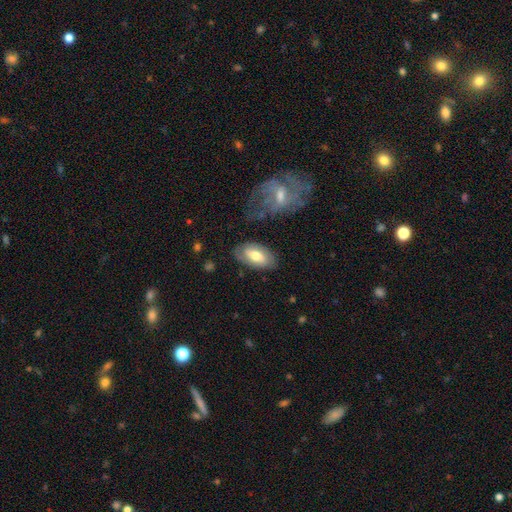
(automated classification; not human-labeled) smooth-or-featured: smooth: 61% | featured or disk: 33% | star or artifact: 6%
  how-rounded: in between: 93% | cigar-shaped: 4% | round: 3%
  merging: none: 75% | minor disturbance: 17% | major disturbance: 5% | merger: 3%